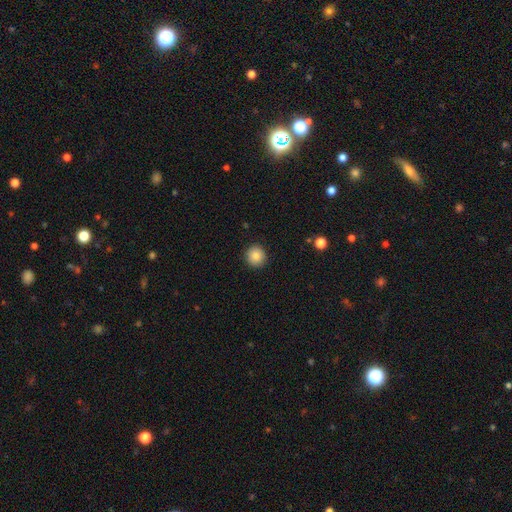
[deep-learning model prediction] The model was most divided on "smooth or featured": smooth: 86%, star or artifact: 9%, featured or disk: 5%. More confident: how rounded — round (94%); merging — none (92%).